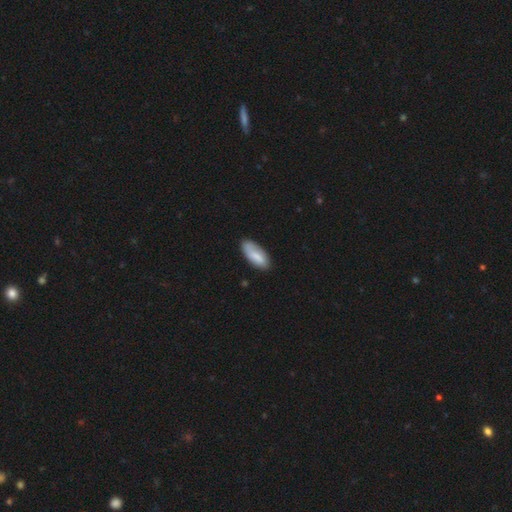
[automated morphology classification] A smooth galaxy with no disk features (80%) that is in between round and cigar-shaped (82%). Merging: none (74%).